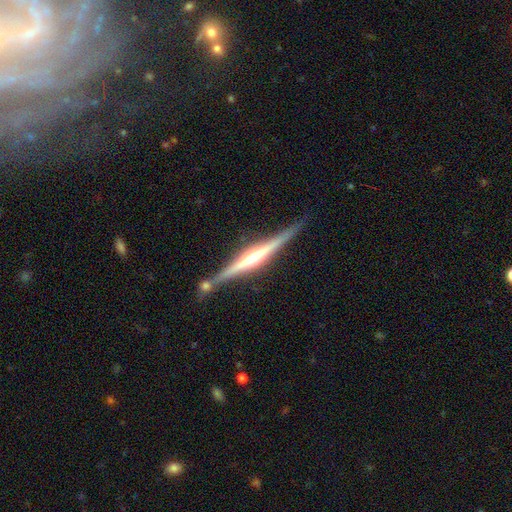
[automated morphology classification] This appears to be a featured or disk galaxy (85%) viewed edge-on (98%) with a rounded central bulge (66%). Merging: none (83%).